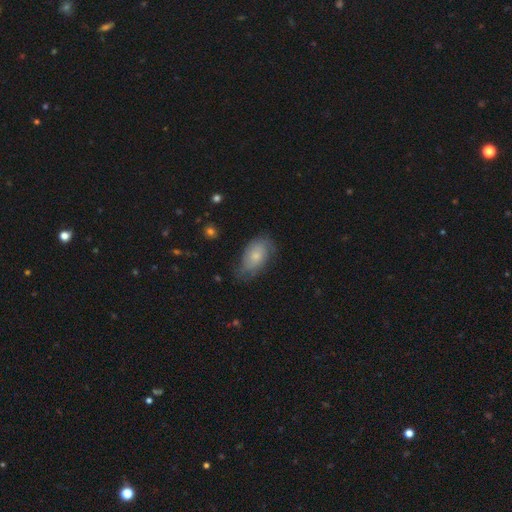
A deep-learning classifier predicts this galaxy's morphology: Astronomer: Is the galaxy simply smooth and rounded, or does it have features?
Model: smooth — 50% (runner-up: featured or disk, 43%).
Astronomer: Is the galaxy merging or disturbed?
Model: none — 60%.